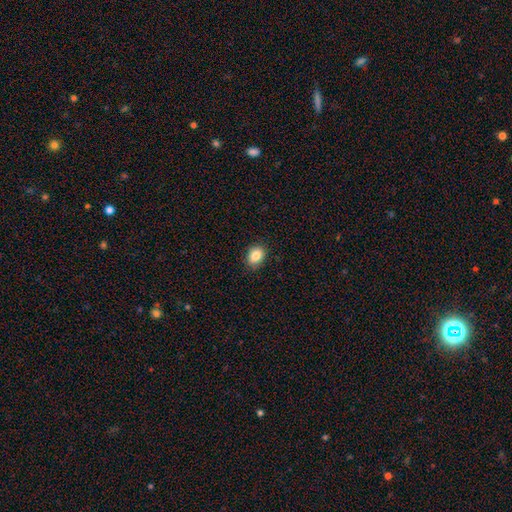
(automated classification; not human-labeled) This appears to be a smooth galaxy with no disk features (85%) that is in between round and cigar-shaped (64%). Merging: none (88%).